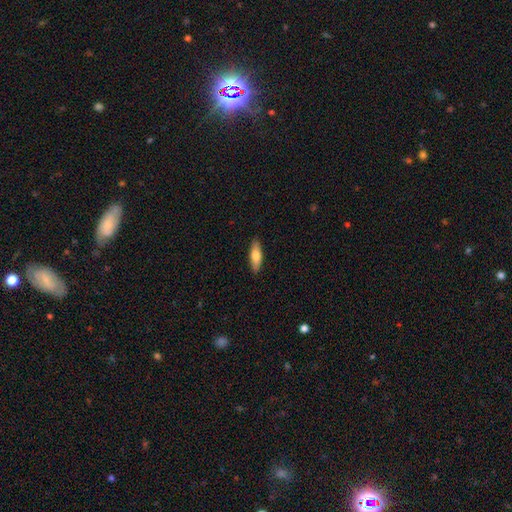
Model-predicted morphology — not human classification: Overall: smooth (71%). How rounded: in between (51%; cigar-shaped 47%). Merging: none (89%).